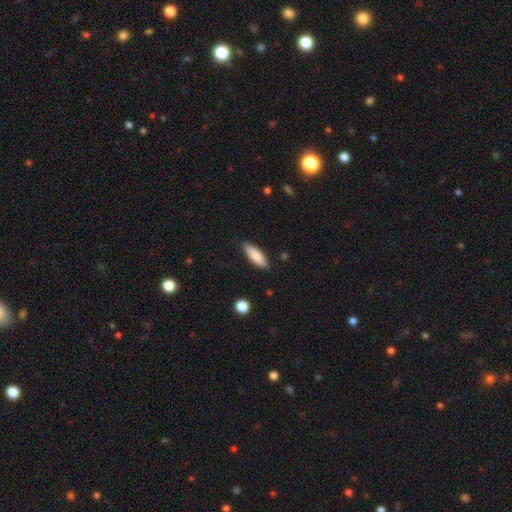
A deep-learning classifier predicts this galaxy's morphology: Smooth or featured? Predicted: smooth (p=0.84). How rounded? Predicted: in between (p=0.57). Merging? Predicted: none (p=0.87).